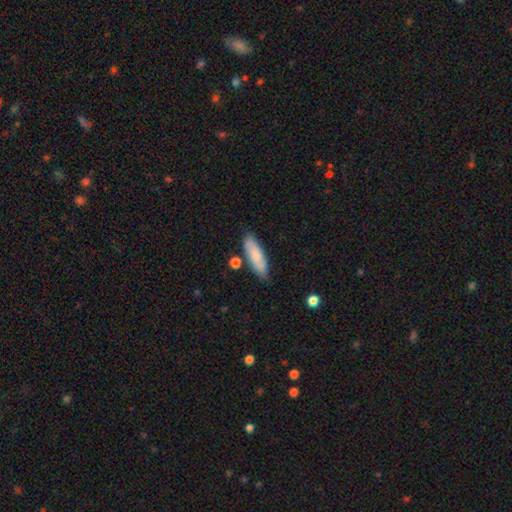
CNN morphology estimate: Smooth or featured? smooth (80%)
How rounded? cigar-shaped (51%)
Merging? none (79%)